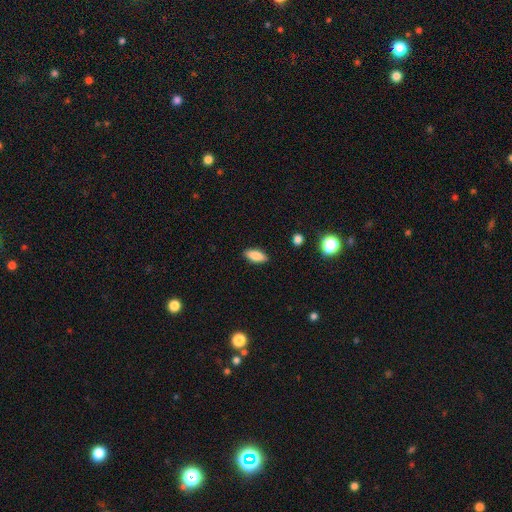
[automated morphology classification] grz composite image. It shows a smooth galaxy with no disk features (86%) that is in between round and cigar-shaped (83%). Merging: none (88%).